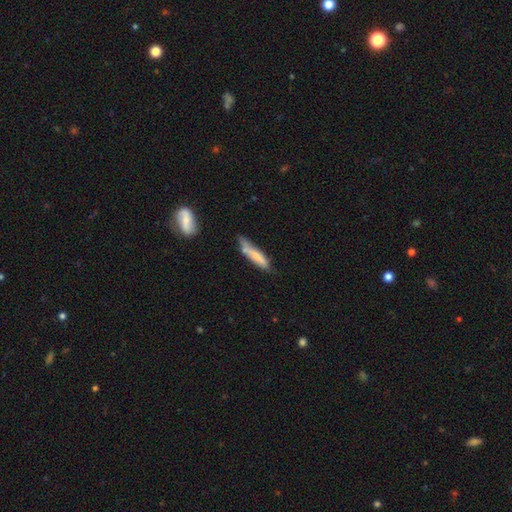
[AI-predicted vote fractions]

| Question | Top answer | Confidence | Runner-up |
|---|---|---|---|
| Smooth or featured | smooth | 65% | featured or disk (29%) |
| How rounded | cigar-shaped | 80% | in between (19%) |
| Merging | none | 49% | minor disturbance (33%) |